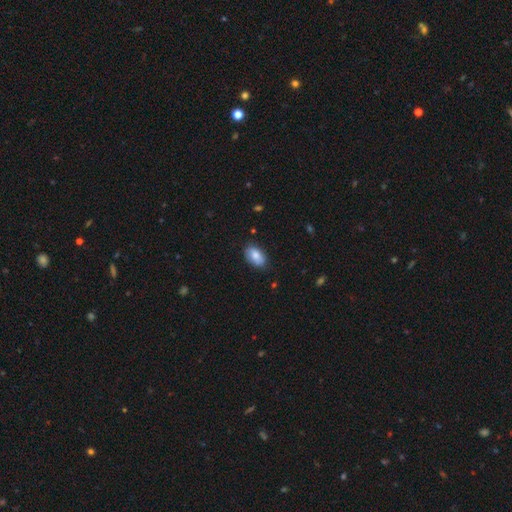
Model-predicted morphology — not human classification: Smooth or featured?
  - smooth: 82% *
  - featured or disk: 12%
  - star or artifact: 7%
How rounded?
  - in between: 92% *
  - round: 6%
  - cigar-shaped: 2%
Merging?
  - none: 80% *
  - minor disturbance: 16%
  - major disturbance: 3%
  - merger: 1%